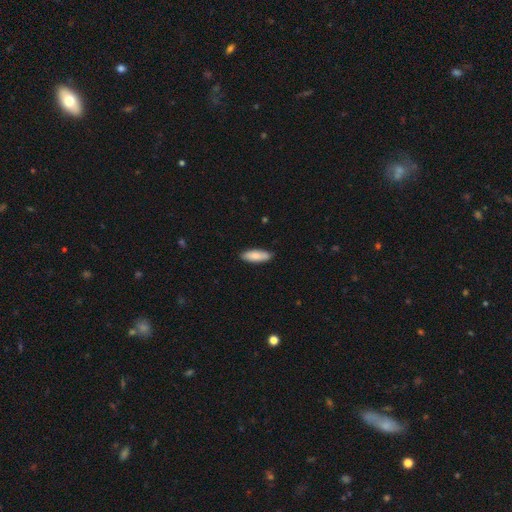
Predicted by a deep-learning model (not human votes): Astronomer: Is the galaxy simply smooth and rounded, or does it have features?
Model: smooth — 84%.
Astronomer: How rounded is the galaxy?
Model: in between — 62%.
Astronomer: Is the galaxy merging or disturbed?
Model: none — 87%.